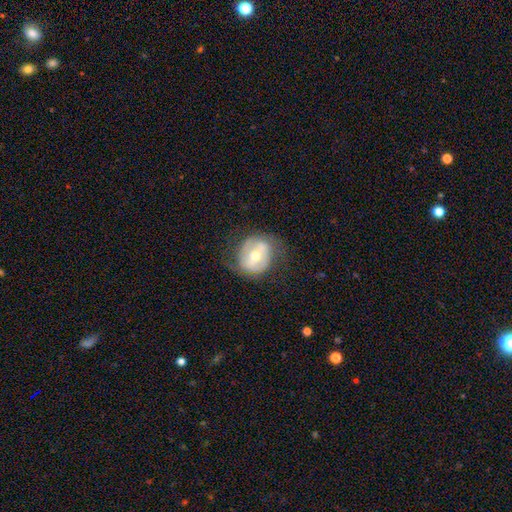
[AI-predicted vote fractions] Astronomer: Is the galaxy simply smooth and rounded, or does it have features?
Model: featured or disk — 60%.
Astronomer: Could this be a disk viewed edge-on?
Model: no — 95%.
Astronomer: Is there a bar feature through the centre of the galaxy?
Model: weak — 34% (runner-up: strong, 33%).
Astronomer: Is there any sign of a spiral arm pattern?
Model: no — 54% (runner-up: yes, 46%).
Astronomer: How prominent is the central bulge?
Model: moderate — 64%.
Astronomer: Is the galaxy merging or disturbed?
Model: none — 63%.